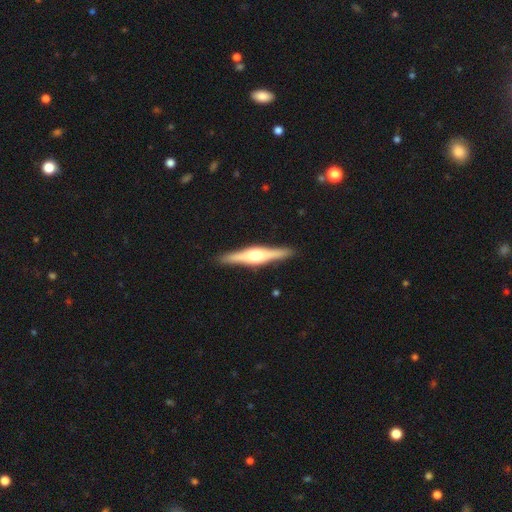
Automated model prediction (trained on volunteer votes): A featured or disk galaxy (79%) viewed edge-on (98%) with a rounded central bulge (89%). Merging: none (91%).